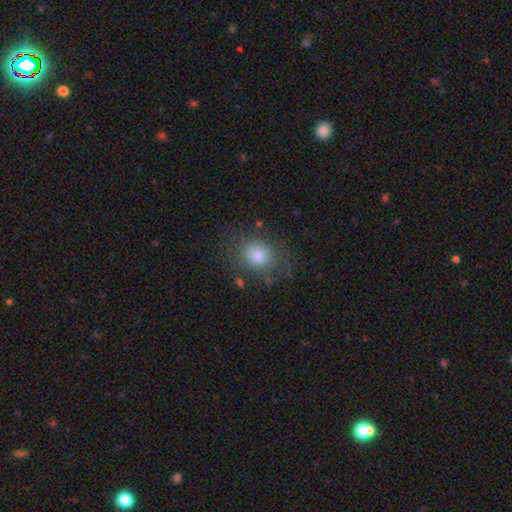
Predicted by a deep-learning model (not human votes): Smooth or featured? Predicted: smooth (p=0.80). How rounded? Predicted: round (p=0.63). Merging? Predicted: none (p=0.76).